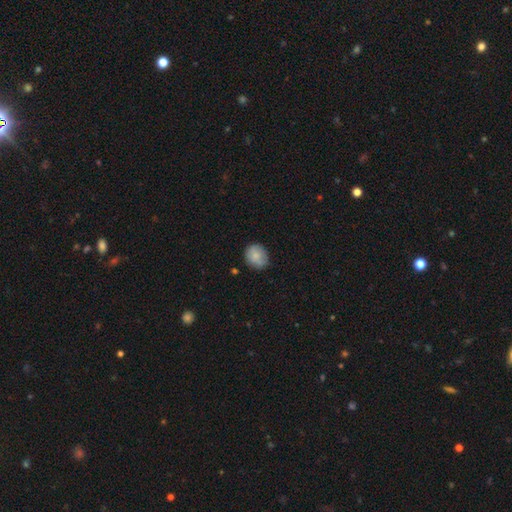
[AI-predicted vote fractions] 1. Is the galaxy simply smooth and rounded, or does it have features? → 81% smooth, 12% featured or disk, 7% star or artifact.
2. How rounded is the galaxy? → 73% round, 26% in between, 1% cigar-shaped.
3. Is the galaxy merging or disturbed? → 76% none, 19% minor disturbance, 3% major disturbance, 2% merger.